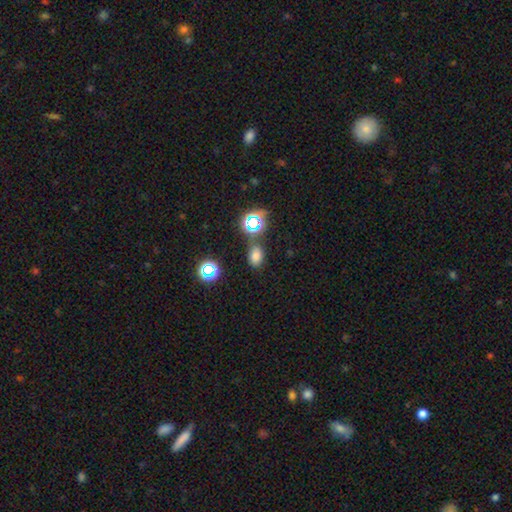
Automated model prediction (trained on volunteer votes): A smooth galaxy with no disk features (66%) that is in between round and cigar-shaped (74%).

Vote fractions:
- Smooth or featured? smooth: 66% / star or artifact: 27% / featured or disk: 7%
- How rounded? in between: 74% / round: 25% / cigar-shaped: 1%
- Merging? none: 73% / minor disturbance: 14% / merger: 8% / major disturbance: 5%